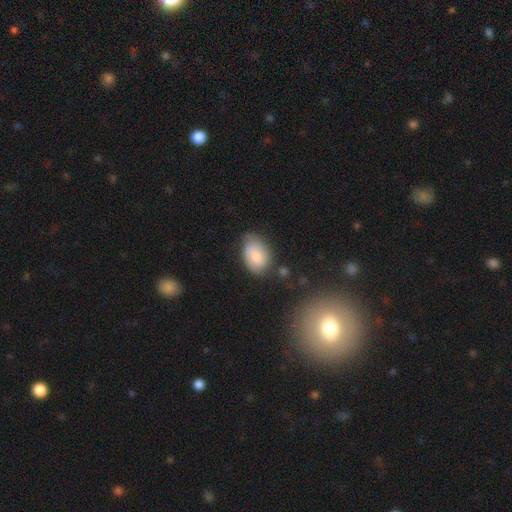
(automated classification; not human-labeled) Morphology: type=smooth (68%); roundness=in between (82%); merging=none (61%).